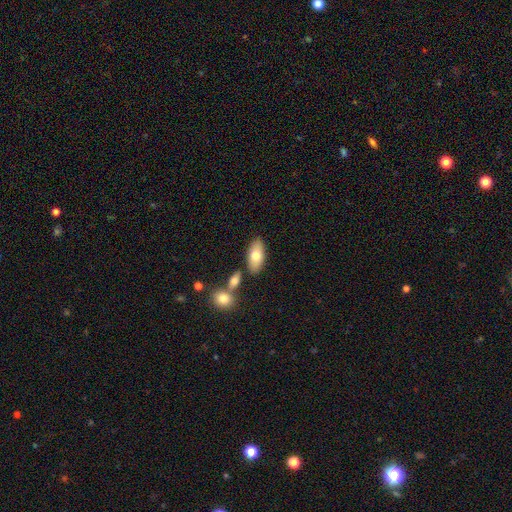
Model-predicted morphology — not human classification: This appears to be a smooth galaxy with no disk features (72%) that is in between round and cigar-shaped (89%). Merging: none (76%).